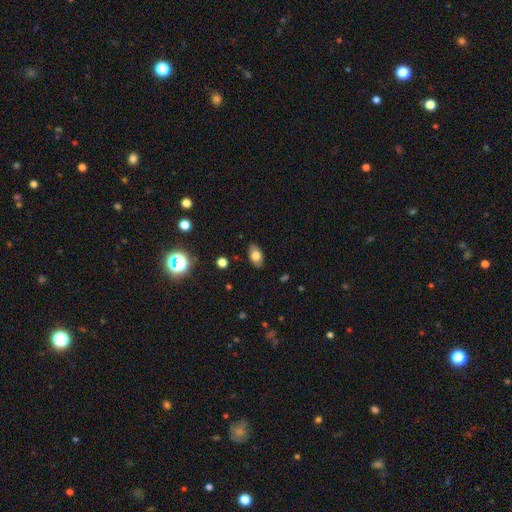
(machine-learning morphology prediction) Smooth or featured: smooth — 76% (featured or disk — 15%)
How rounded: in between — 91% (round — 7%)
Merging: none — 86% (minor disturbance — 11%)